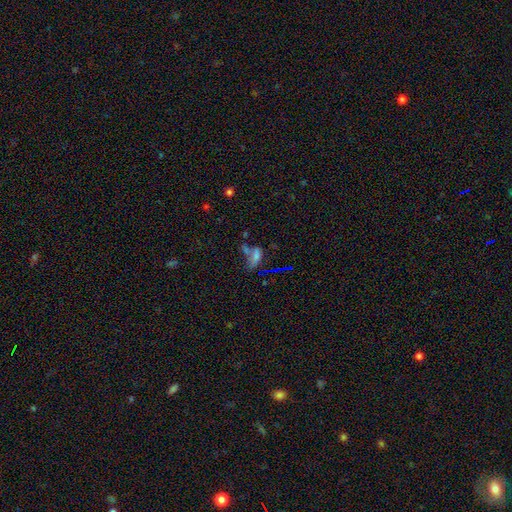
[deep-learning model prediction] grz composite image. It shows a smooth galaxy with no disk features (48%). Merging: none (38%).